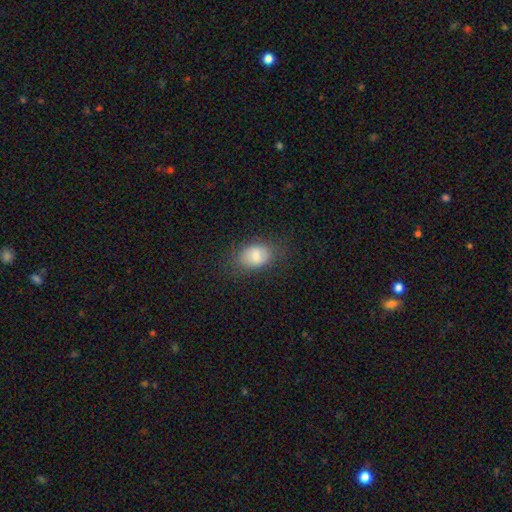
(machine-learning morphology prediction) smooth 79%, featured or disk 12%, star or artifact 9%. Down the decision tree: how rounded — in between (80%); merging — none (71%).